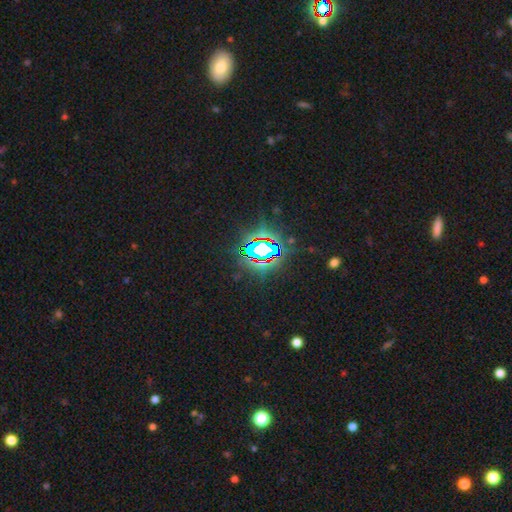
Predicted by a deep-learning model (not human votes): A star or artifact, not a galaxy (81%).

Vote fractions:
- Smooth or featured? star or artifact: 81% / smooth: 10% / featured or disk: 9%